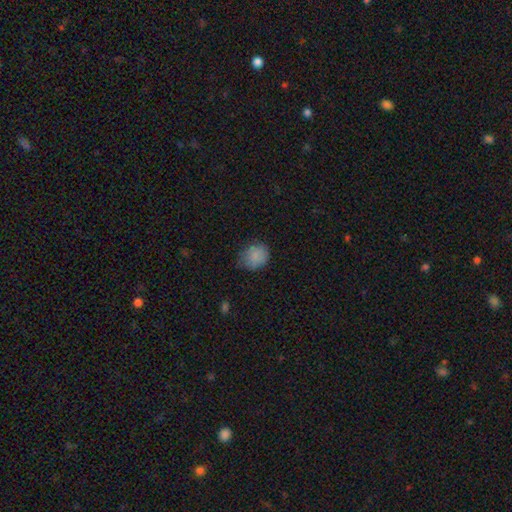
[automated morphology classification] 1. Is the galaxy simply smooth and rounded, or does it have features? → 82% smooth, 10% star or artifact, 8% featured or disk.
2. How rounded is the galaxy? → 62% round, 37% in between, 1% cigar-shaped.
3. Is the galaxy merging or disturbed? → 62% none, 30% minor disturbance, 7% major disturbance, 1% merger.